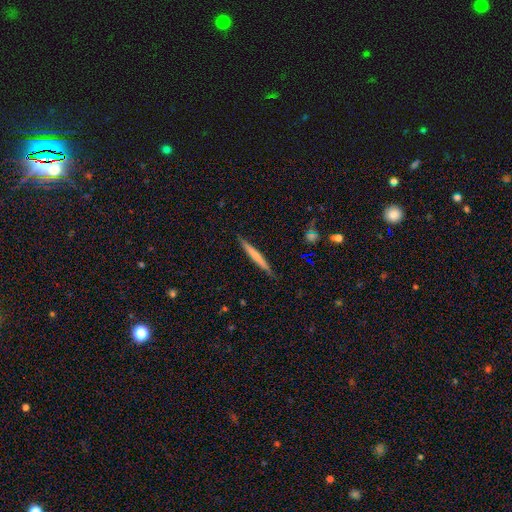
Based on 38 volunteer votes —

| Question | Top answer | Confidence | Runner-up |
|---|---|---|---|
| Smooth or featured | smooth | 53% | featured or disk (42%) |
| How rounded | cigar-shaped | 100% | — |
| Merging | none | 92% | minor disturbance (8%) |